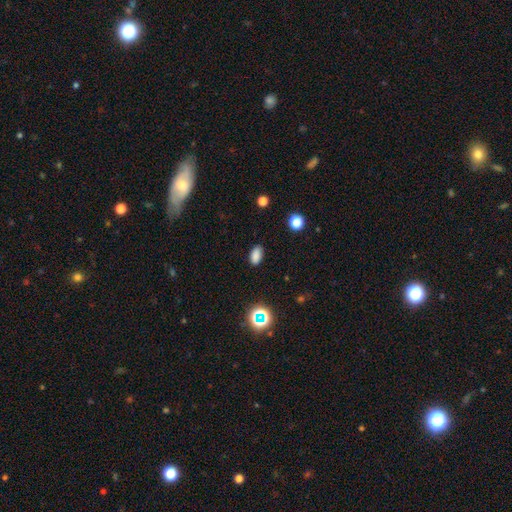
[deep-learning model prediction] Morphology: type=smooth (83%); roundness=in between (91%); merging=none (88%).